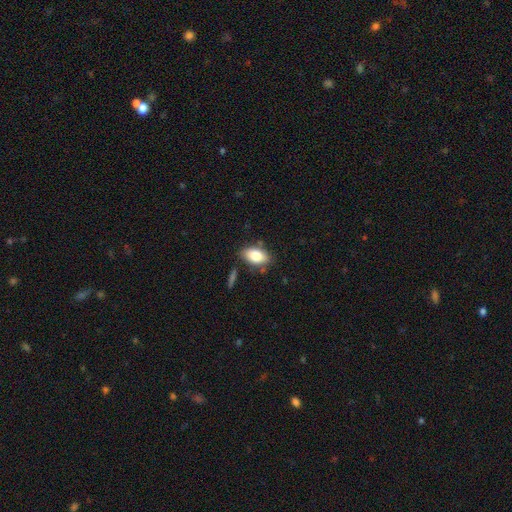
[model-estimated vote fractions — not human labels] Q: Smooth or featured?
A: smooth (82%); runner-up: featured or disk (11%)
Q: How rounded?
A: in between (91%); runner-up: round (7%)
Q: Merging?
A: none (78%); runner-up: minor disturbance (14%)